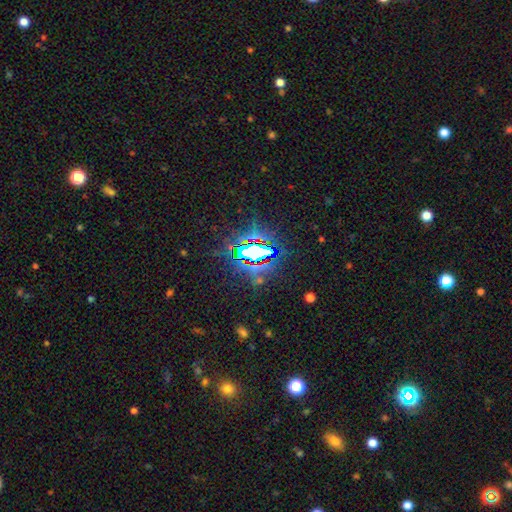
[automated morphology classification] Overall: star or artifact (75%).